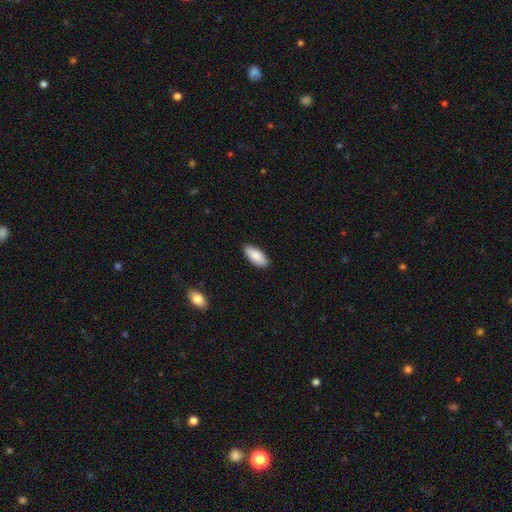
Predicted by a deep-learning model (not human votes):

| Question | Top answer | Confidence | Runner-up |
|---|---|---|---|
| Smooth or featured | smooth | 87% | featured or disk (7%) |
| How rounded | in between | 88% | cigar-shaped (10%) |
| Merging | none | 87% | minor disturbance (10%) |